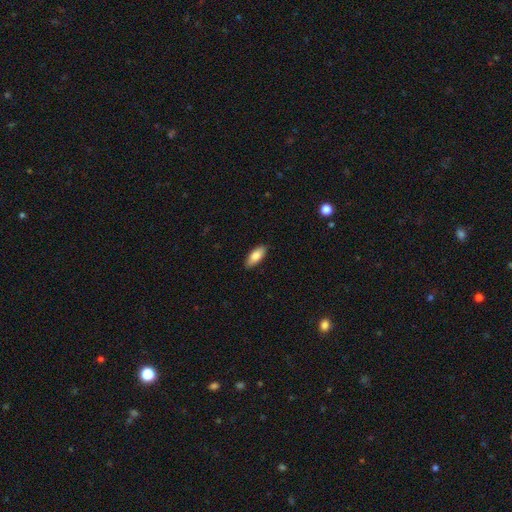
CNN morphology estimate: smooth-or-featured: smooth: 81% | featured or disk: 13% | star or artifact: 6%
  how-rounded: in between: 81% | cigar-shaped: 17% | round: 2%
  merging: none: 88% | minor disturbance: 9% | major disturbance: 2% | merger: 1%